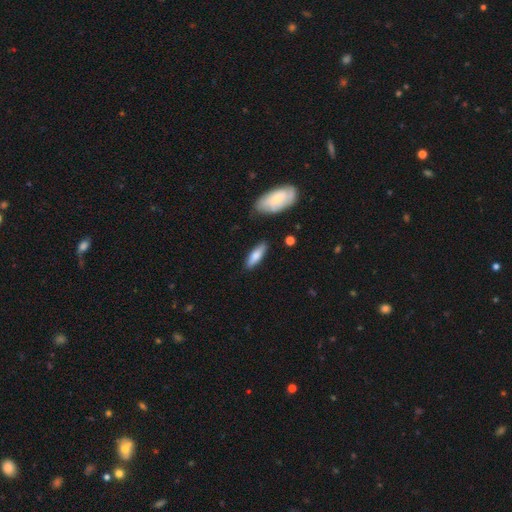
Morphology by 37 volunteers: Overall: smooth (76%). How rounded: cigar-shaped (54%; in between 46%). Merging: none (80%).